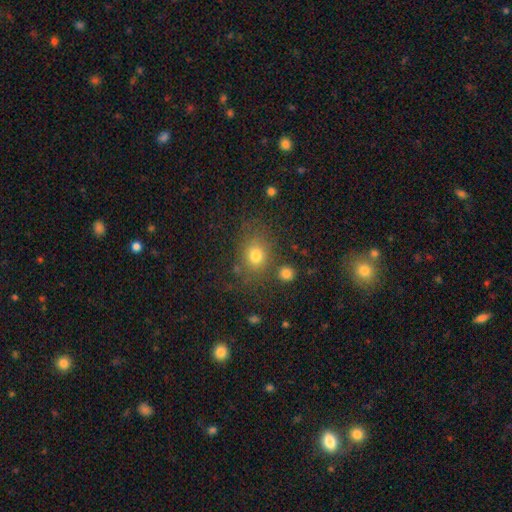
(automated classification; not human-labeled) Q: Smooth or featured?
A: smooth (75%); runner-up: star or artifact (15%)
Q: How rounded?
A: round (61%); runner-up: in between (38%)
Q: Merging?
A: none (71%); runner-up: minor disturbance (14%)